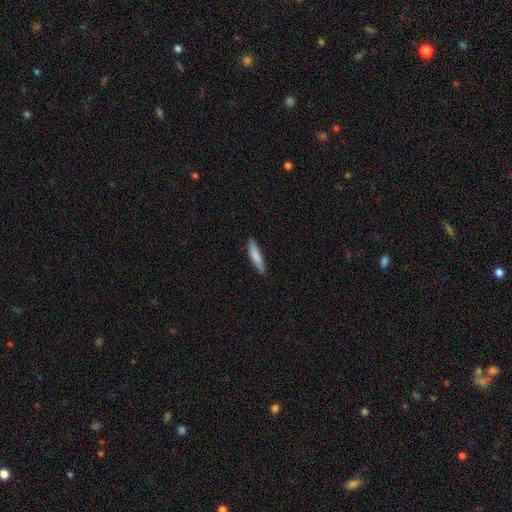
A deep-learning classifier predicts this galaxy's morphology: smooth_or_featured: smooth (p=0.82) [alt: featured or disk p=0.13]
how_rounded: cigar-shaped (p=0.82) [alt: in between p=0.16]
merging: none (p=0.87) [alt: minor disturbance p=0.10]